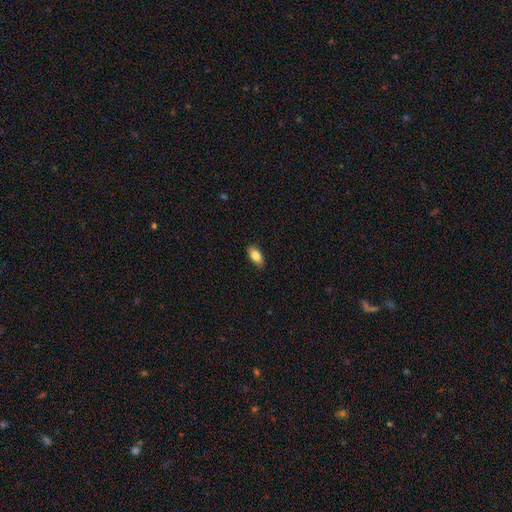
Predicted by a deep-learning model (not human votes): A smooth galaxy with no disk features (83%) that is in between round and cigar-shaped (91%).

Vote fractions:
- Smooth or featured? smooth: 83% / featured or disk: 10% / star or artifact: 7%
- How rounded? in between: 91% / cigar-shaped: 6% / round: 4%
- Merging? none: 86% / minor disturbance: 11% / major disturbance: 2% / merger: 1%